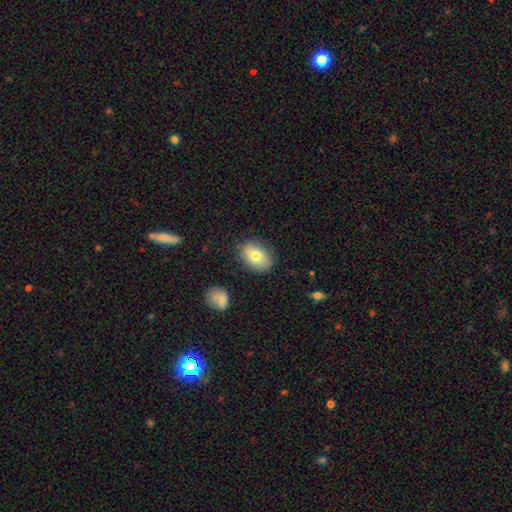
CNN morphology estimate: type=smooth (75%); roundness=in between (78%); merging=none (82%).